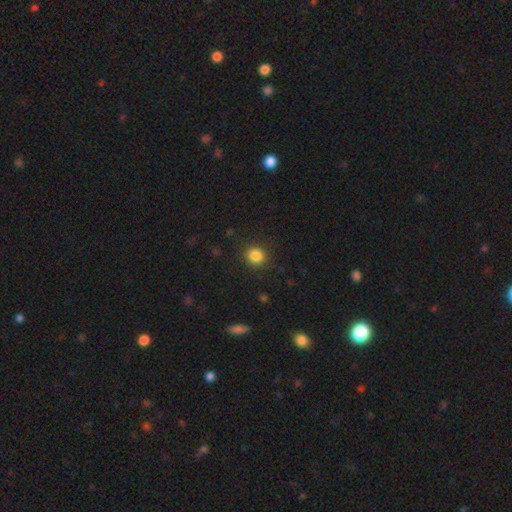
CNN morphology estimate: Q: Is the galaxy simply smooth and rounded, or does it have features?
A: smooth — 85%.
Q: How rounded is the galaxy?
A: round — 87%.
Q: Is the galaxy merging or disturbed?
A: none — 89%.